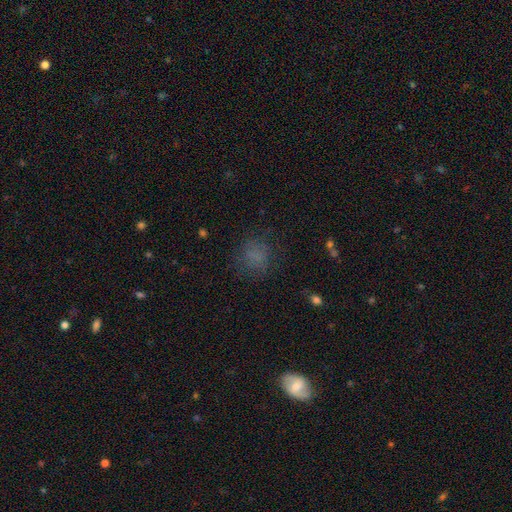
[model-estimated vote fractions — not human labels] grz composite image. It shows a smooth galaxy with no disk features (70%) that is round (78%). Merging: none (74%).